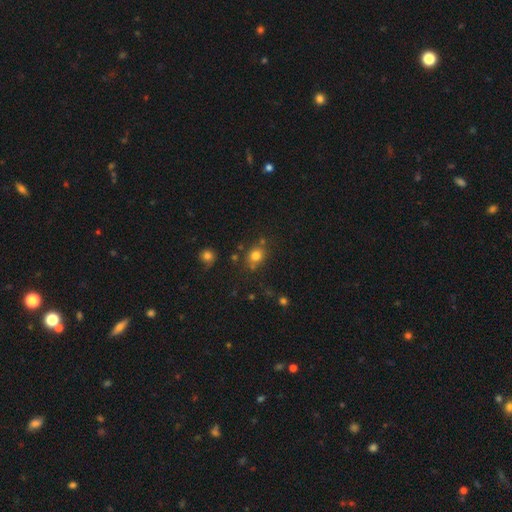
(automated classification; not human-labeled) smooth-or-featured: smooth: 77% | star or artifact: 15% | featured or disk: 8%
  how-rounded: round: 70% | in between: 29% | cigar-shaped: 1%
  merging: none: 73% | minor disturbance: 13% | merger: 9% | major disturbance: 5%